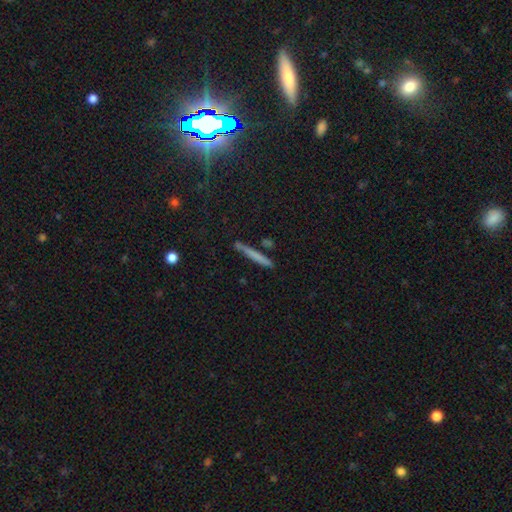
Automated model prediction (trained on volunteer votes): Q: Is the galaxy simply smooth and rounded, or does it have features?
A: smooth — 66%.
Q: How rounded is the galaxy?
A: cigar-shaped — 96%.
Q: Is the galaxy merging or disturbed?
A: none — 83%.